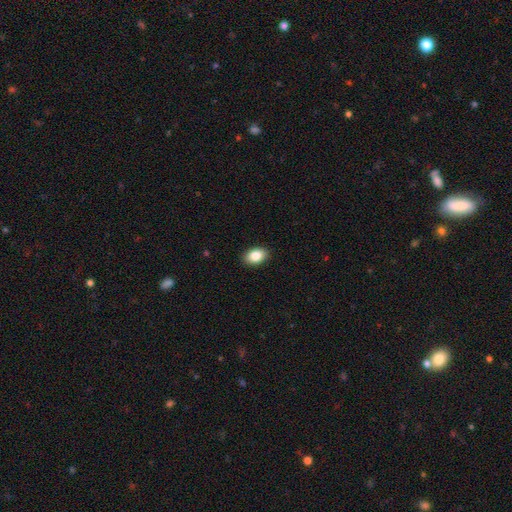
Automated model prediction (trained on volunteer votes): Overall: smooth (86%). How rounded: in between (87%). Merging: none (90%).